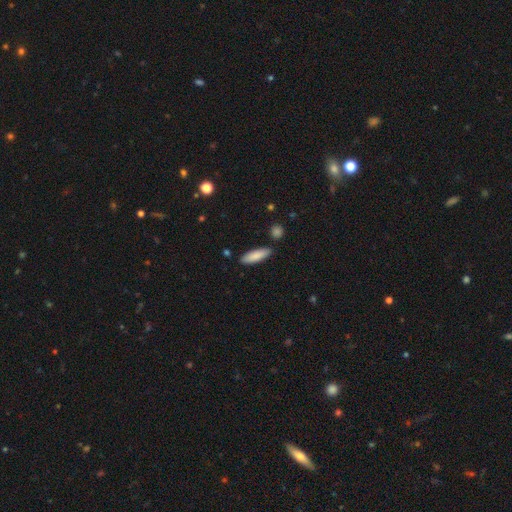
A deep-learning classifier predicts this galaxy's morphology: smooth-or-featured: smooth: 85% | featured or disk: 9% | star or artifact: 6%
  how-rounded: cigar-shaped: 54% | in between: 44% | round: 2%
  merging: none: 85% | minor disturbance: 10% | merger: 3% | major disturbance: 2%